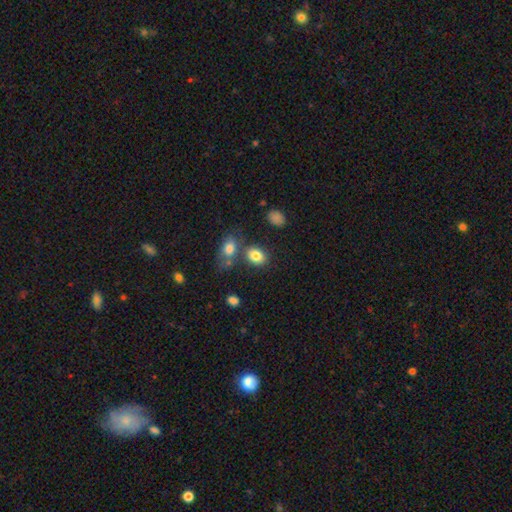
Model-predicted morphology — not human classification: The model was most divided on "how rounded": in between: 70%, round: 29%, cigar-shaped: 1%. More confident: smooth or featured — smooth (83%); merging — none (65%).